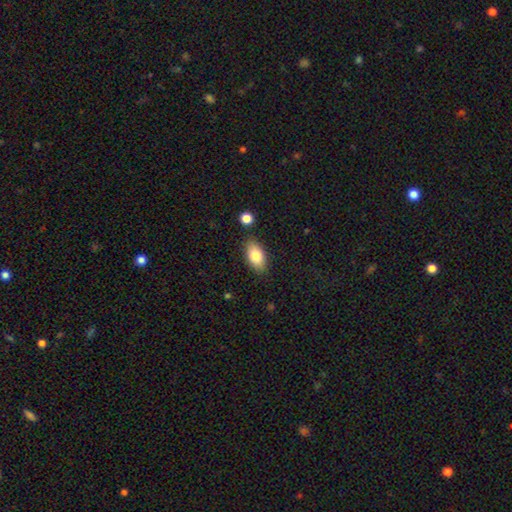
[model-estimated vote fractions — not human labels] Overall: smooth (82%). How rounded: in between (92%). Merging: none (84%).